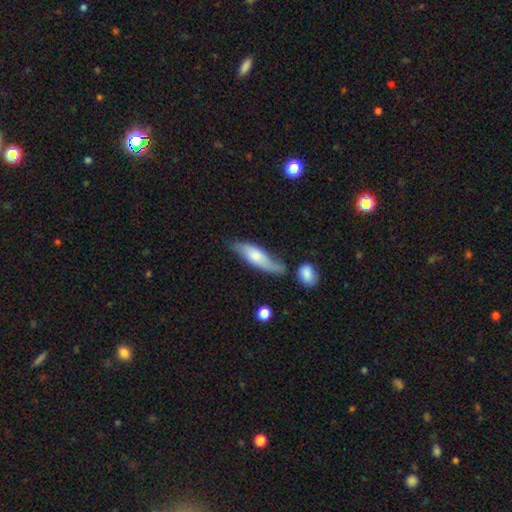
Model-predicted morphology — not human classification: A featured or disk galaxy (47%).

Vote fractions:
- Smooth or featured? featured or disk: 47% / smooth: 45% / star or artifact: 8%
- Merging? none: 58% / minor disturbance: 24% / merger: 11% / major disturbance: 7%